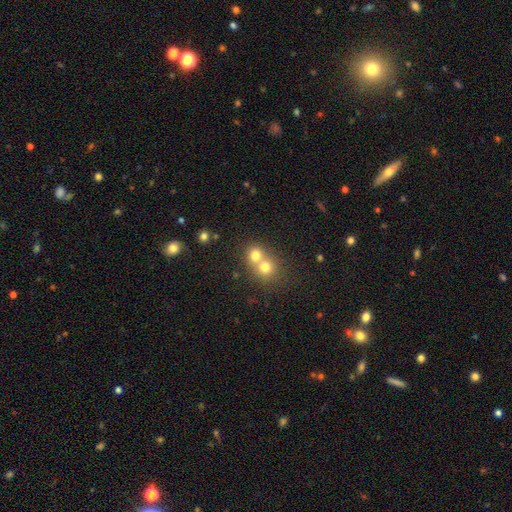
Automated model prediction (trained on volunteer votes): This appears to be a smooth galaxy with no disk features (73%) that is round (80%). Merging: merger (64%).